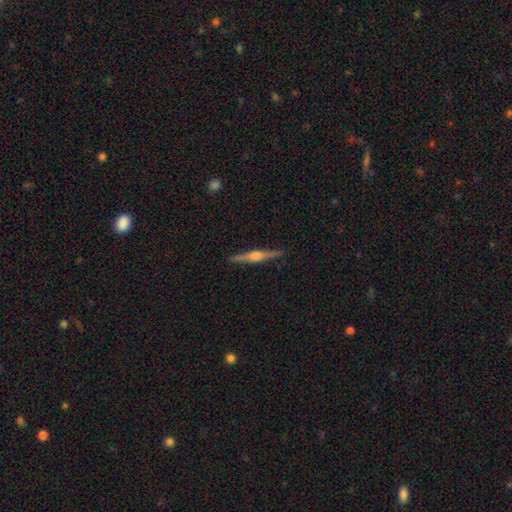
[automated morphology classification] smooth-or-featured: featured or disk: 80% | smooth: 14% | star or artifact: 6%
  disk-edge-on: yes: 98% | no: 2%
    edge-on-bulge: rounded: 86% | boxy: 10% | none: 5%
  merging: none: 92% | minor disturbance: 6% | major disturbance: 1% | merger: 1%